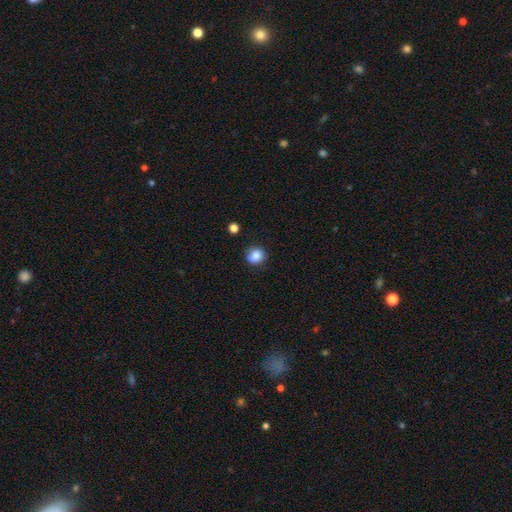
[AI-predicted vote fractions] Smooth or featured? Predicted: smooth (p=0.84). How rounded? Predicted: round (p=0.77). Merging? Predicted: none (p=0.82).